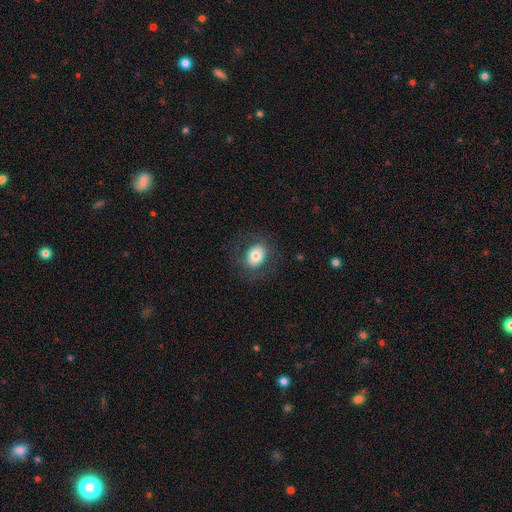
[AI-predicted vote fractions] The model was most divided on "how rounded": in between: 57%, round: 42%, cigar-shaped: 1%. More confident: merging — none (81%); smooth or featured — smooth (74%).